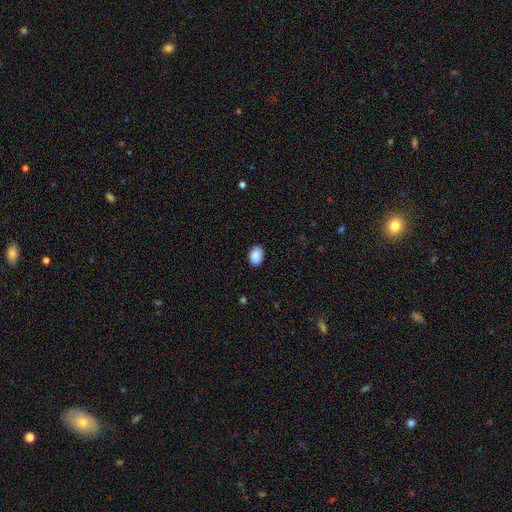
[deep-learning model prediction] smooth-or-featured: smooth: 90% | star or artifact: 7% | featured or disk: 3%
  how-rounded: in between: 82% | round: 17% | cigar-shaped: 1%
  merging: none: 88% | minor disturbance: 9% | major disturbance: 2% | merger: 1%